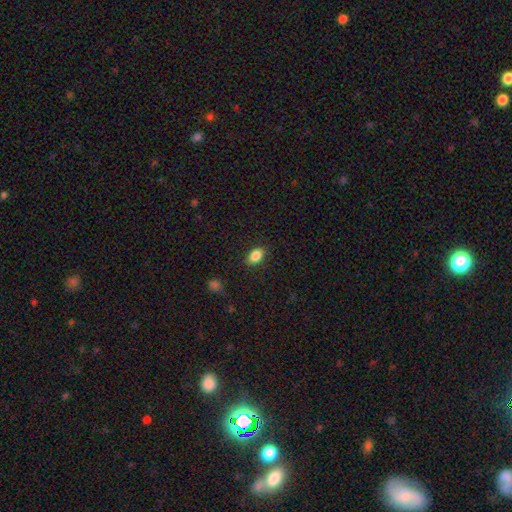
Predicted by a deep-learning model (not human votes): This appears to be a smooth galaxy with no disk features (86%) that is in between round and cigar-shaped (86%). Merging: none (87%).